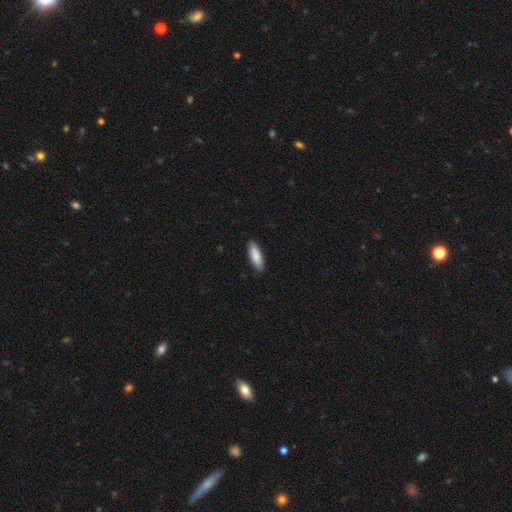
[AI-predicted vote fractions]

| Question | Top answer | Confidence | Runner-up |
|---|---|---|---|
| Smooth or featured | smooth | 84% | featured or disk (11%) |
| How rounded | in between | 58% | cigar-shaped (40%) |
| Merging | none | 88% | minor disturbance (9%) |